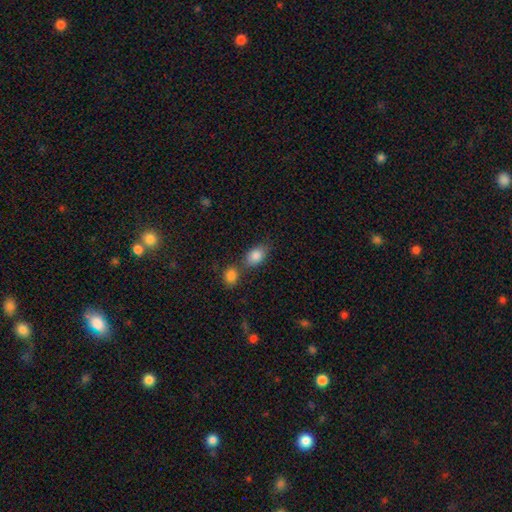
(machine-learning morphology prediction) Smooth or featured?
  - smooth: 85% *
  - star or artifact: 8%
  - featured or disk: 7%
How rounded?
  - in between: 82% *
  - round: 16%
  - cigar-shaped: 2%
Merging?
  - none: 54% *
  - merger: 28%
  - minor disturbance: 13%
  - major disturbance: 4%